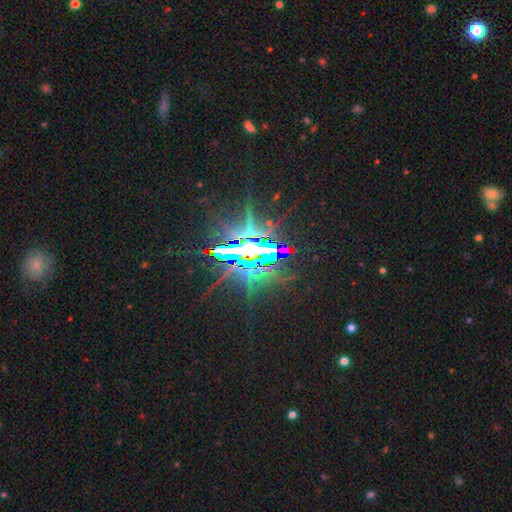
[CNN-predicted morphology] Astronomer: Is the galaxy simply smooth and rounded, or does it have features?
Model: star or artifact — 81%.